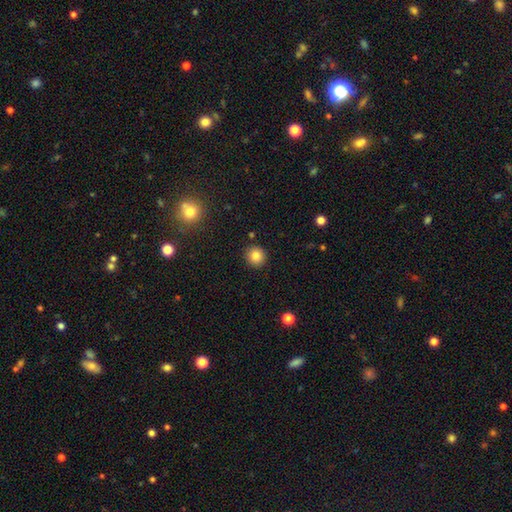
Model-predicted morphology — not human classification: A smooth galaxy with no disk features (84%) that is round (92%).

Vote fractions:
- Smooth or featured? smooth: 84% / star or artifact: 11% / featured or disk: 5%
- How rounded? round: 92% / in between: 7% / cigar-shaped: 1%
- Merging? none: 90% / minor disturbance: 6% / major disturbance: 2% / merger: 2%